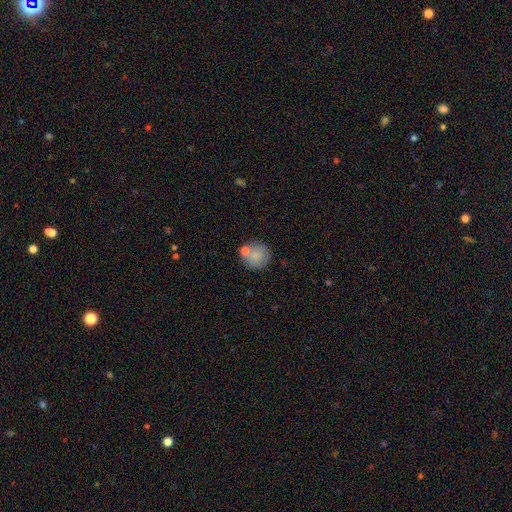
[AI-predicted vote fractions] Q: Smooth or featured?
A: smooth (79%); runner-up: featured or disk (12%)
Q: How rounded?
A: round (91%); runner-up: in between (8%)
Q: Merging?
A: none (68%); runner-up: merger (14%)